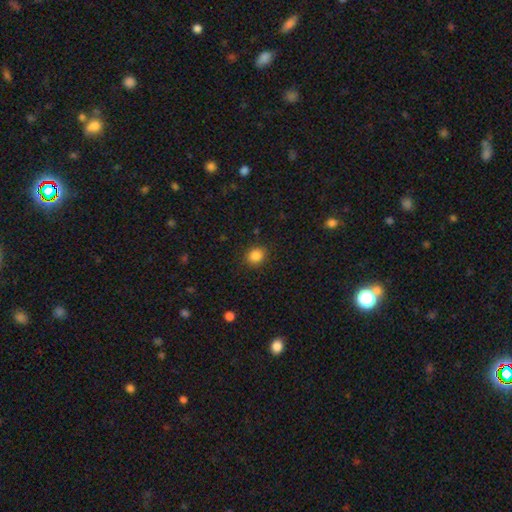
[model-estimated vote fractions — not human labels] Overall: smooth (85%). How rounded: round (73%). Merging: none (89%).